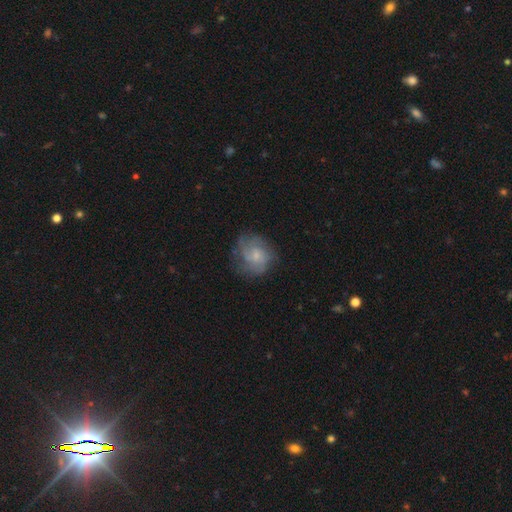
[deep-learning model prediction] This appears to be a featured or disk galaxy (53%) with no bar (74%), spiral arms (80%) and a small central bulge (59%). Merging: none (67%).